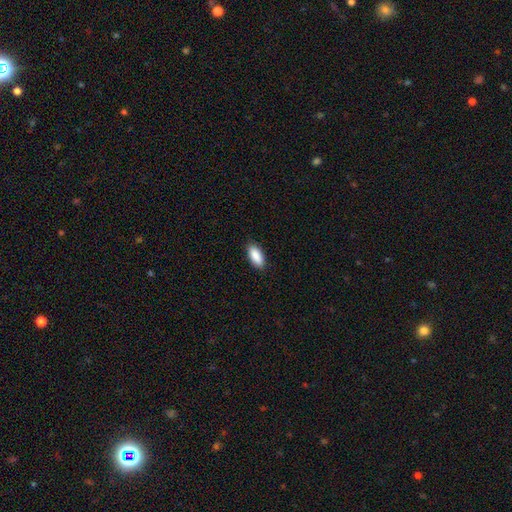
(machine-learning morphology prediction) Smooth or featured? smooth (90%)
How rounded? in between (90%)
Merging? none (88%)